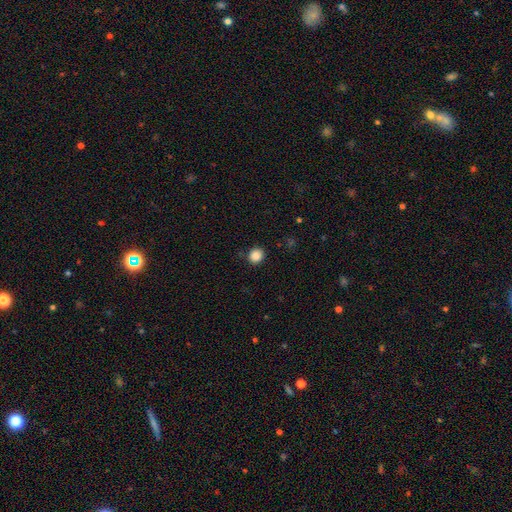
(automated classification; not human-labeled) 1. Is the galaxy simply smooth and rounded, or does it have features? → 87% smooth, 10% star or artifact, 3% featured or disk.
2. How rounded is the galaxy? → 81% round, 18% in between, 1% cigar-shaped.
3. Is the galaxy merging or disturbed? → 89% none, 8% minor disturbance, 2% major disturbance, 1% merger.